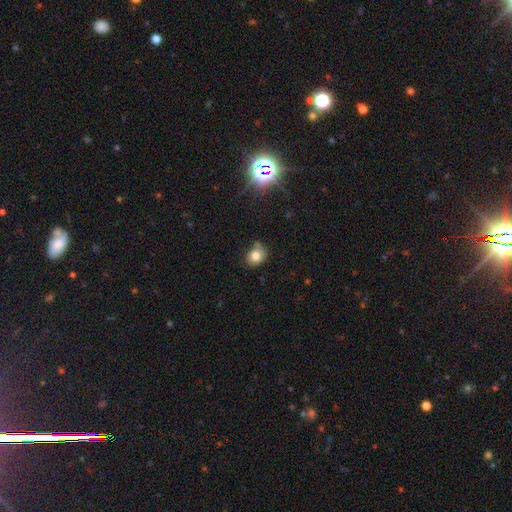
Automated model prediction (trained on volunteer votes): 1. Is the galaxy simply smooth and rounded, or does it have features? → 79% smooth, 11% star or artifact, 10% featured or disk.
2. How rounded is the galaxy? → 53% round, 46% in between, 1% cigar-shaped.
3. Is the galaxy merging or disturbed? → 64% none, 22% minor disturbance, 9% merger, 5% major disturbance.